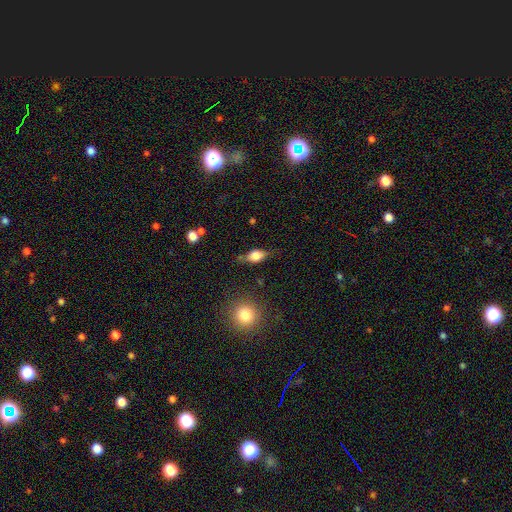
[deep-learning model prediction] Morphology: type=smooth (72%); roundness=in between (81%); merging=none (70%).